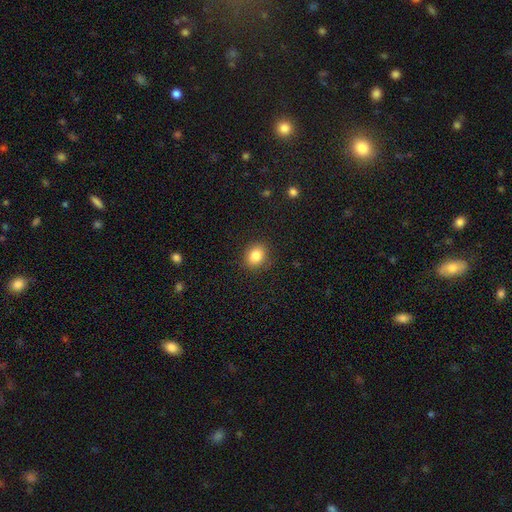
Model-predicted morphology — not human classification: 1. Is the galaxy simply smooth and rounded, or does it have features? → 84% smooth, 10% star or artifact, 6% featured or disk.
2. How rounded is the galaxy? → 63% round, 37% in between, 1% cigar-shaped.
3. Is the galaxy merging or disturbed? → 88% none, 9% minor disturbance, 3% major disturbance, 1% merger.